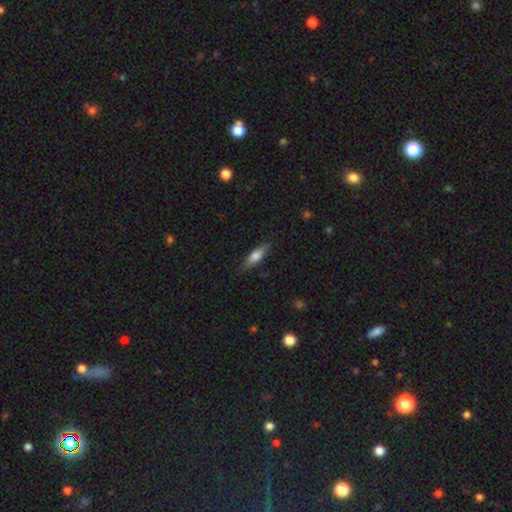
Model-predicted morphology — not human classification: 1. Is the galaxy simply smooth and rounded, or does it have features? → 71% smooth, 22% featured or disk, 6% star or artifact.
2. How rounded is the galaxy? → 50% cigar-shaped, 48% in between, 2% round.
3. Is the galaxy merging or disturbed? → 83% none, 13% minor disturbance, 3% major disturbance, 1% merger.